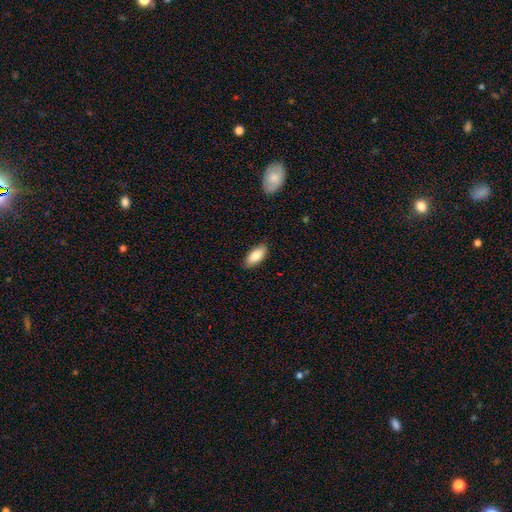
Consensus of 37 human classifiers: Smooth or featured? 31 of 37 (84%) said smooth. How rounded? 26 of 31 (84%) said in between. Merging? 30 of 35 (86%) said none.